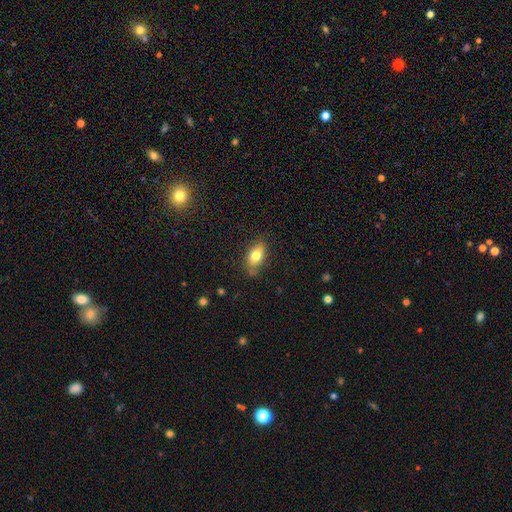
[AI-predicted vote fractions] This appears to be a smooth galaxy with no disk features (76%) that is in between round and cigar-shaped (87%). Merging: none (74%).